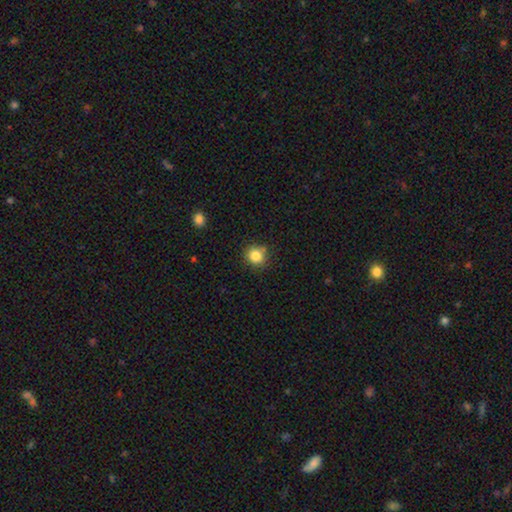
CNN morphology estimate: Overall: smooth (83%). How rounded: round (90%). Merging: none (82%).